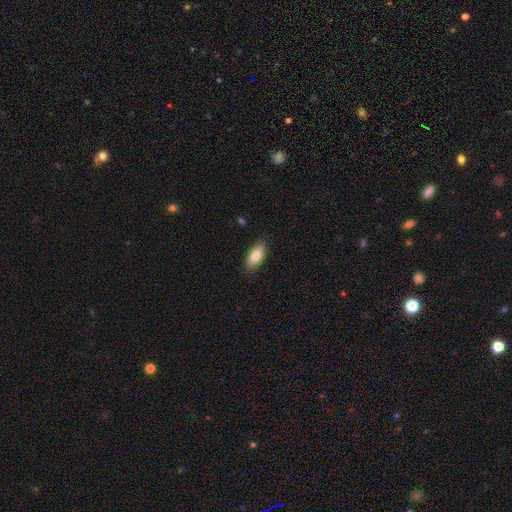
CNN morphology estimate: smooth-or-featured: smooth: 78% | featured or disk: 15% | star or artifact: 7%
  how-rounded: in between: 85% | cigar-shaped: 12% | round: 3%
  merging: none: 87% | minor disturbance: 10% | major disturbance: 2% | merger: 1%